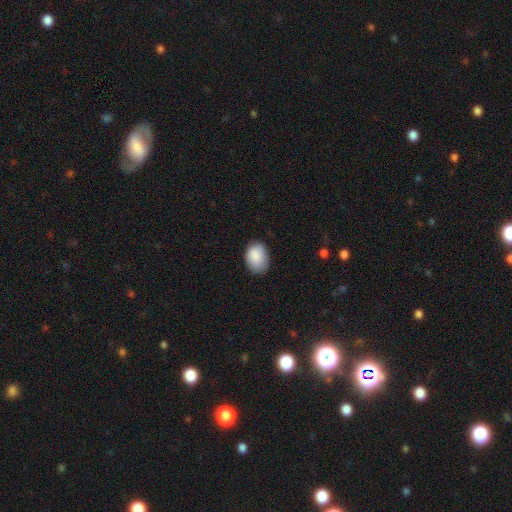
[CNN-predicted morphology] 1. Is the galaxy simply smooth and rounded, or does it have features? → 88% smooth, 7% star or artifact, 5% featured or disk.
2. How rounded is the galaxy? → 79% in between, 20% round, 1% cigar-shaped.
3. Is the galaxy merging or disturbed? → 75% none, 21% minor disturbance, 3% major disturbance, 1% merger.